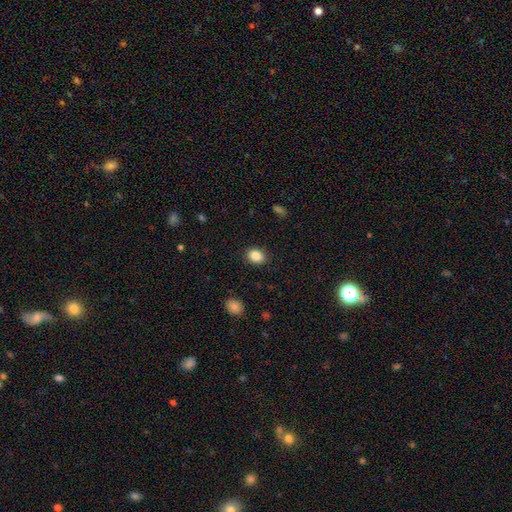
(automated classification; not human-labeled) Q: Smooth or featured?
A: smooth (86%); runner-up: star or artifact (9%)
Q: How rounded?
A: in between (64%); runner-up: round (35%)
Q: Merging?
A: none (89%); runner-up: minor disturbance (8%)